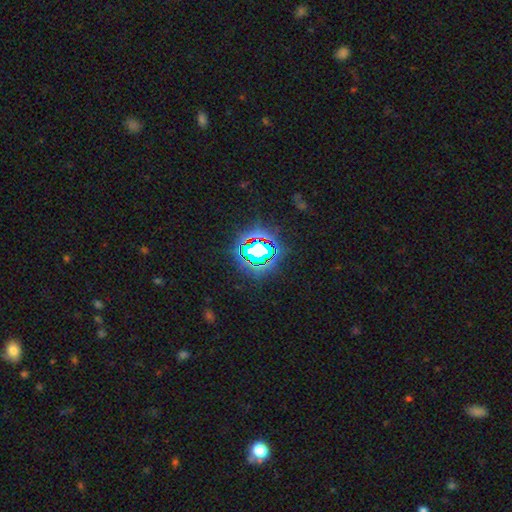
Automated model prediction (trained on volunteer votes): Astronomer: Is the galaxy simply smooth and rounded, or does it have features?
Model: star or artifact — 77%.